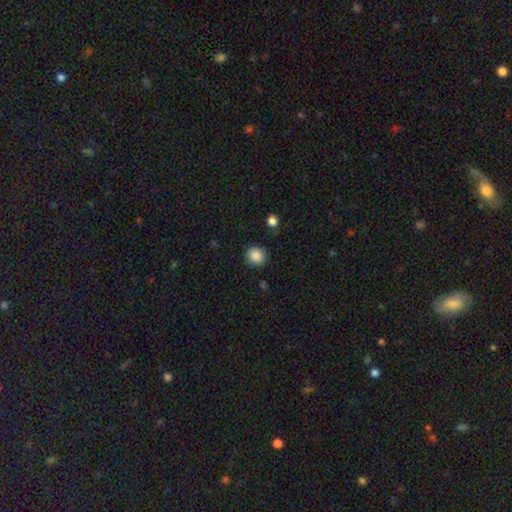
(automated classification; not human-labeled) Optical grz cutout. It shows a smooth galaxy with no disk features (88%) that is round (88%). Merging: none (88%).